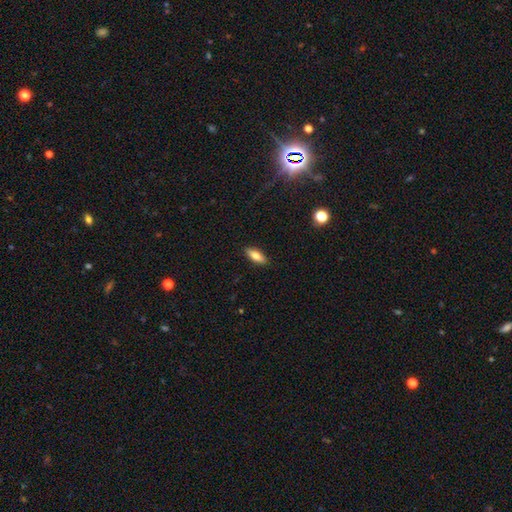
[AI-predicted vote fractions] A smooth galaxy with no disk features (72%) that is in between round and cigar-shaped (63%). Merging: none (89%).